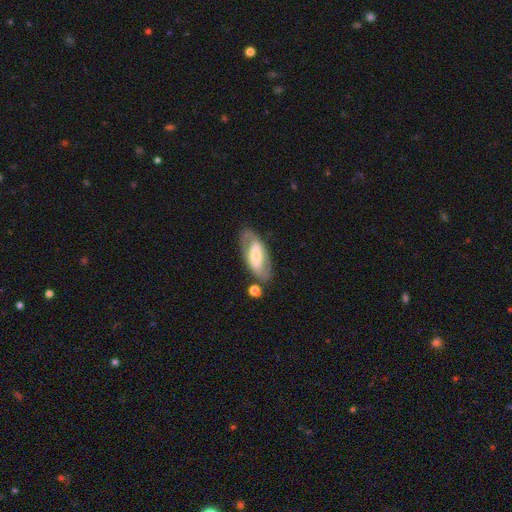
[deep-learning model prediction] smooth-or-featured: featured or disk: 60% | smooth: 34% | star or artifact: 6%
  disk-edge-on: no: 86% | yes: 14%
    bar: strong: 46% | weak: 31% | no: 23%
    has-spiral-arms: yes: 59% | no: 41%
    bulge-size: moderate: 41% (tied) | small: 41% (tied) | large: 12% | none: 4% | dominant: 2%
  merging: none: 70% | minor disturbance: 16% | major disturbance: 7% | merger: 7%